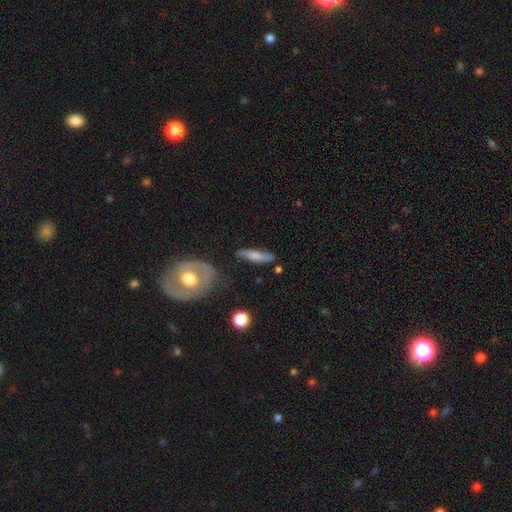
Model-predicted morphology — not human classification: This appears to be a smooth galaxy with no disk features (62%) that is cigar-shaped (79%). Merging: none (76%).